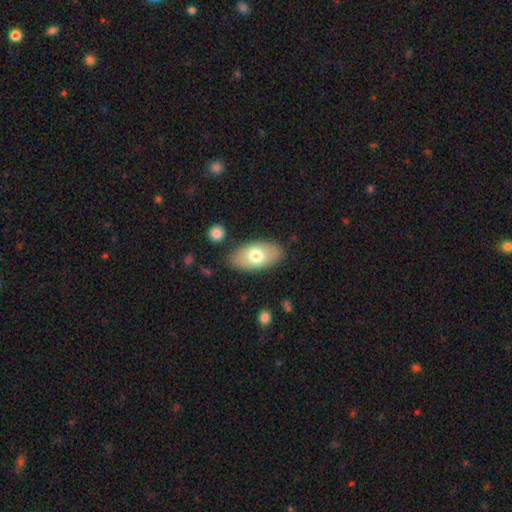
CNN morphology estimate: type=smooth (70%); roundness=in between (93%); merging=none (83%).